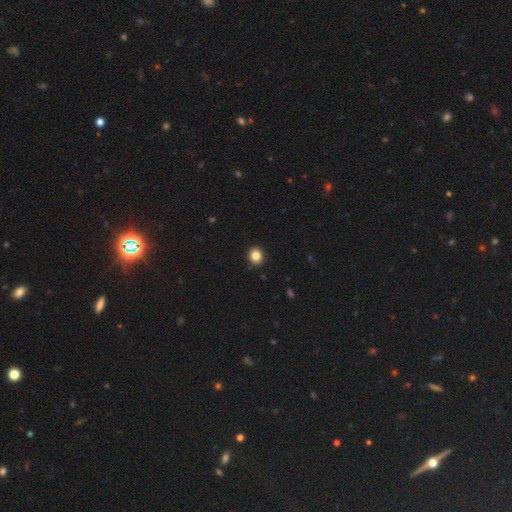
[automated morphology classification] Overall: smooth (84%). How rounded: round (86%). Merging: none (92%).